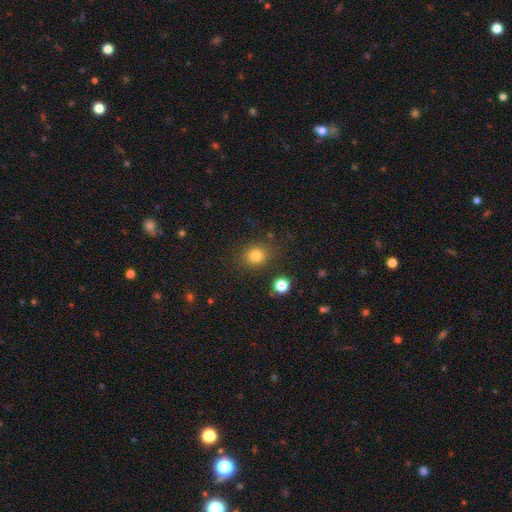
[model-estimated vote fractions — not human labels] smooth_or_featured: smooth (p=0.81) [alt: star or artifact p=0.13]
how_rounded: round (p=0.73) [alt: in between p=0.26]
merging: none (p=0.82) [alt: minor disturbance p=0.10]